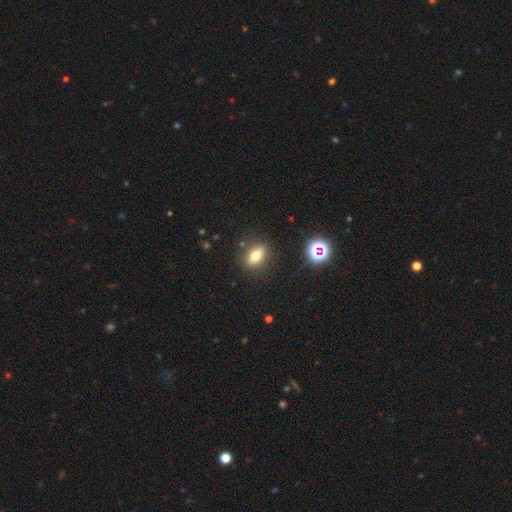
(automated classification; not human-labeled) Overall: smooth (72%). How rounded: in between (77%). Merging: none (84%).